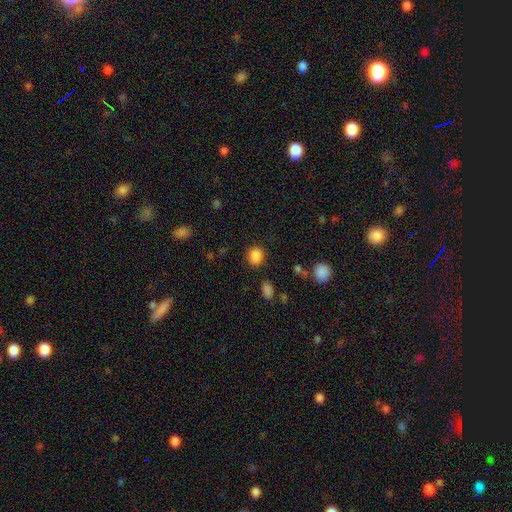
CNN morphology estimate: type=smooth (85%); roundness=round (58%); merging=none (79%).